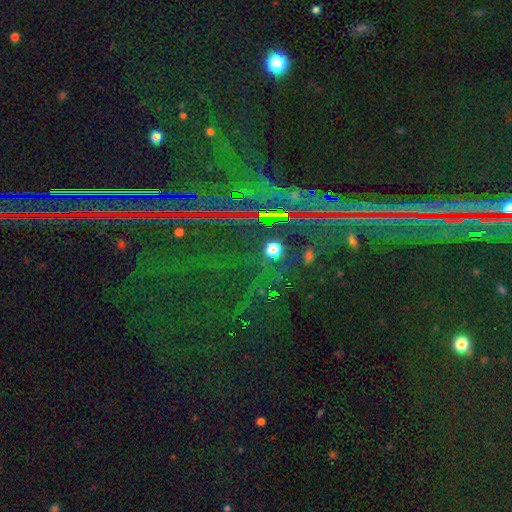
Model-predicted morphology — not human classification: Overall: star or artifact (87%).